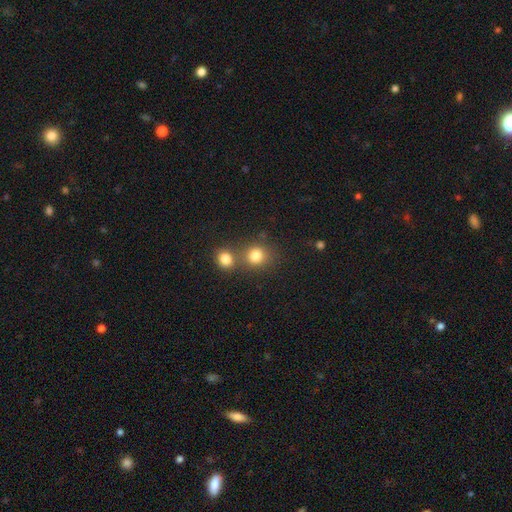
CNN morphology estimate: smooth_or_featured: smooth (p=0.81) [alt: star or artifact p=0.13]
how_rounded: round (p=0.82) [alt: in between p=0.17]
merging: none (p=0.56) [alt: merger p=0.32]